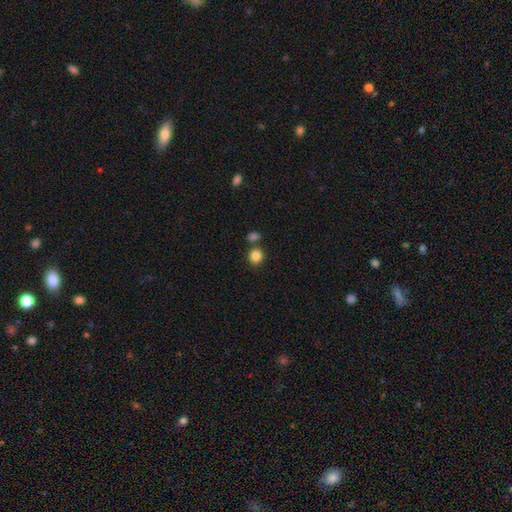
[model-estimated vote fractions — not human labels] Smooth or featured? smooth (85%)
How rounded? round (80%)
Merging? none (71%)